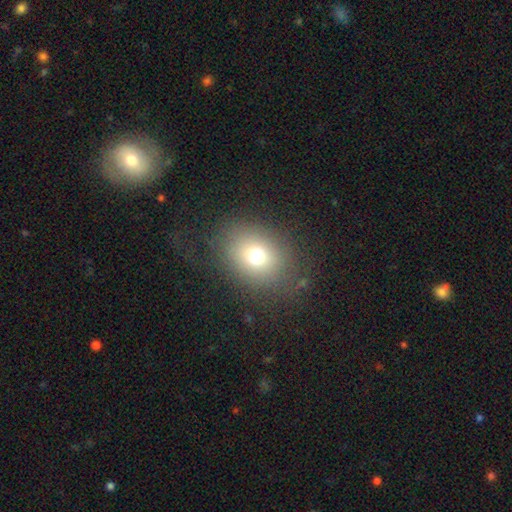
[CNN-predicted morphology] type=smooth (71%); roundness=round (54%); merging=none (79%).